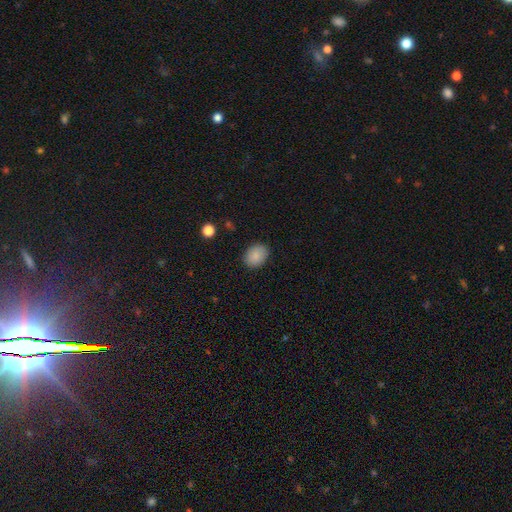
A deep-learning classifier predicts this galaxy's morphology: A smooth galaxy with no disk features (87%) that is in between round and cigar-shaped (60%).

Vote fractions:
- Smooth or featured? smooth: 87% / star or artifact: 8% / featured or disk: 5%
- How rounded? in between: 60% / round: 39% / cigar-shaped: 1%
- Merging? none: 87% / minor disturbance: 10% / major disturbance: 3% / merger: 1%